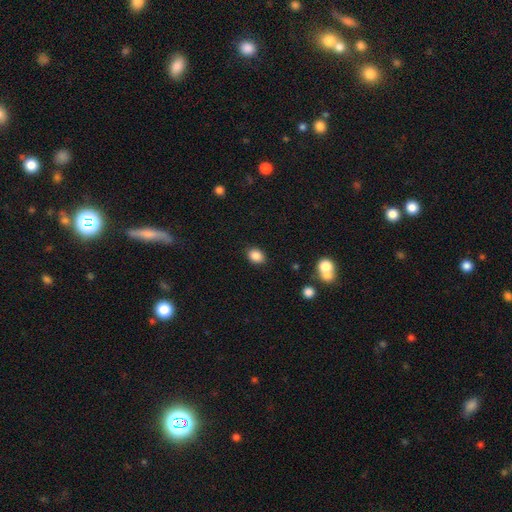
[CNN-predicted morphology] Smooth or featured: smooth — 86% (star or artifact — 9%)
How rounded: in between — 67% (round — 32%)
Merging: none — 87% (minor disturbance — 9%)